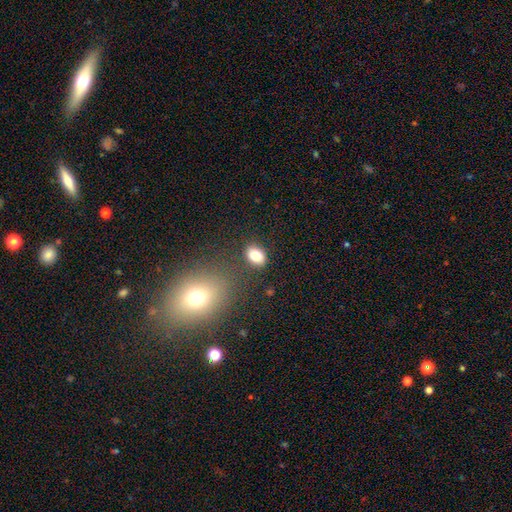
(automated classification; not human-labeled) This is clearly a smooth galaxy (82%). How rounded: likely in between (78%). Merging: clearly none (81%).